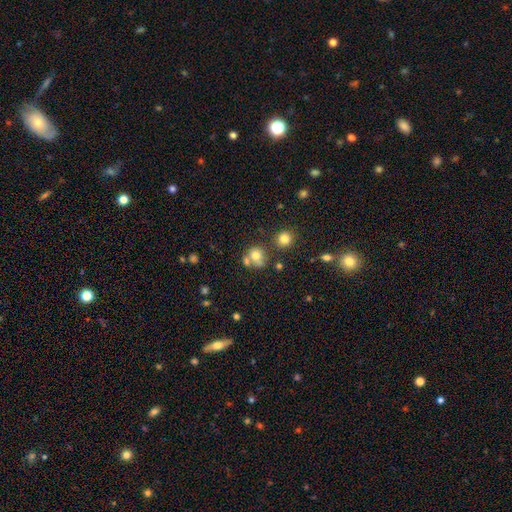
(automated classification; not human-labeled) Morphology: type=smooth (71%); roundness=round (78%); merging=none (48%).